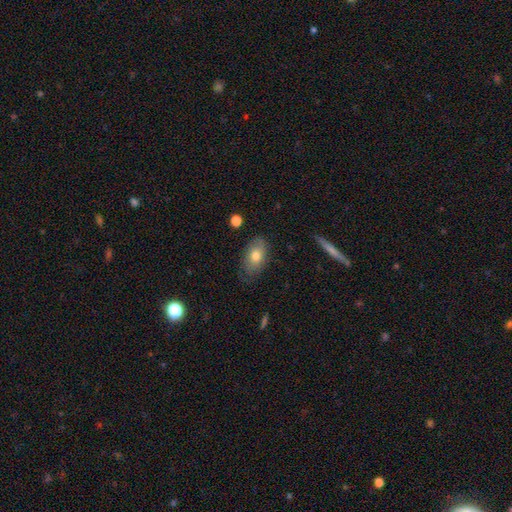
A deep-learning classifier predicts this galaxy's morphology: Smooth or featured? Predicted: smooth (p=0.73). How rounded? Predicted: in between (p=0.90). Merging? Predicted: none (p=0.73).